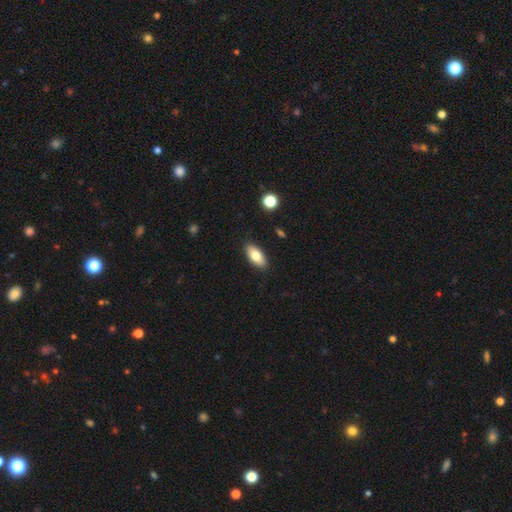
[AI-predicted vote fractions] This is likely a smooth galaxy (77%). How rounded: clearly in between (88%). Merging: clearly none (89%).